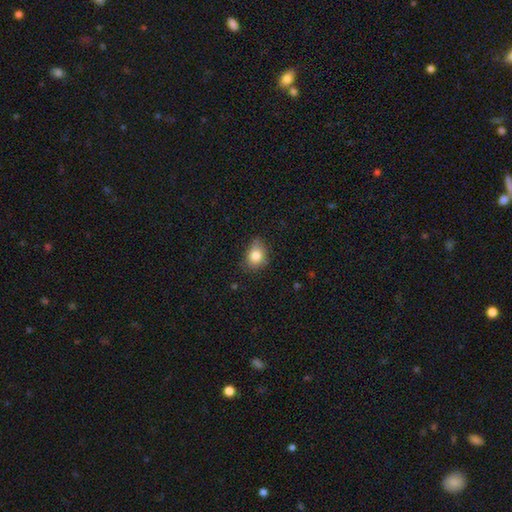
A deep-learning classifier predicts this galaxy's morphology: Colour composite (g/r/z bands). It shows a smooth galaxy with no disk features (82%) that is round (53%). Merging: none (69%).